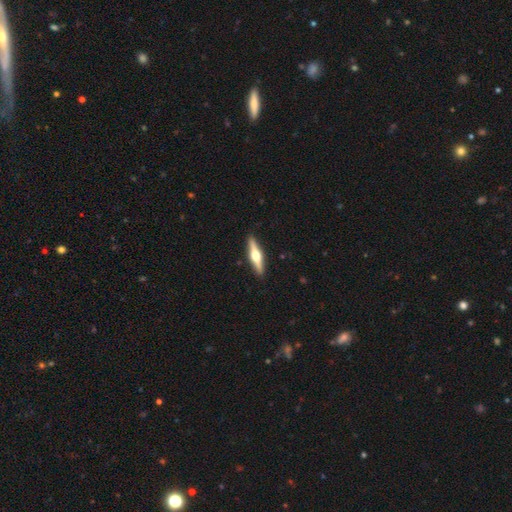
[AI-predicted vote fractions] Smooth or featured: featured or disk — 68% (smooth — 27%)
Edge-on disk: yes — 97% (no — 3%)
Edge-on bulge: rounded — 95% (boxy — 3%)
Merging: none — 91% (minor disturbance — 6%)